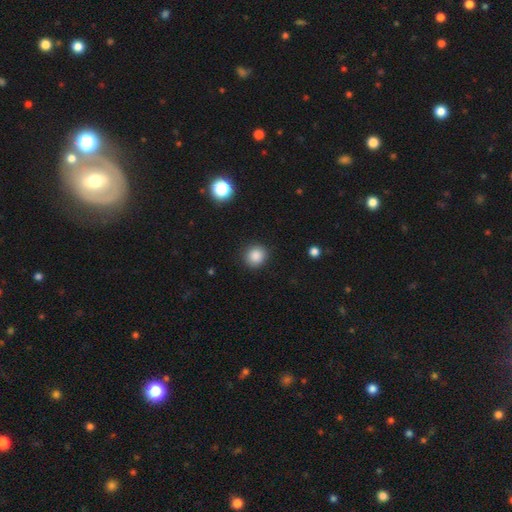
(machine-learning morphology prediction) Smooth or featured? Predicted: smooth (p=0.86). How rounded? Predicted: round (p=0.89). Merging? Predicted: none (p=0.90).